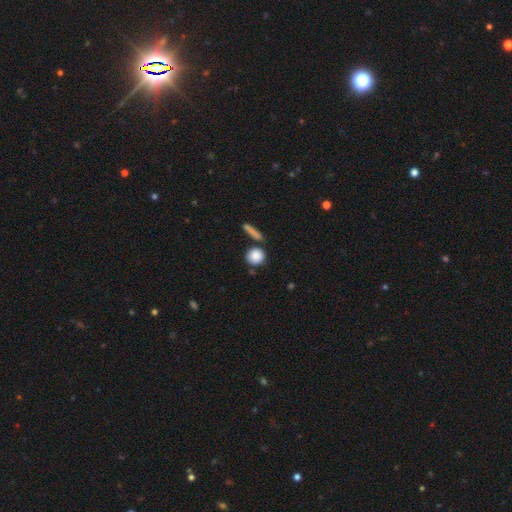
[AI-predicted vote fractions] Overall: smooth (86%). How rounded: round (85%). Merging: none (70%).